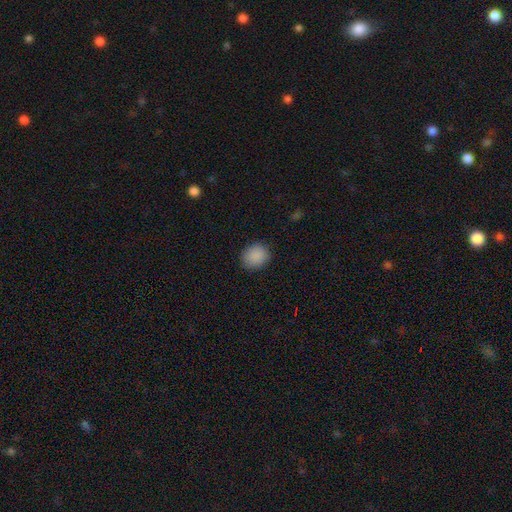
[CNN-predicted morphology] type=smooth (88%); roundness=round (74%); merging=none (87%).